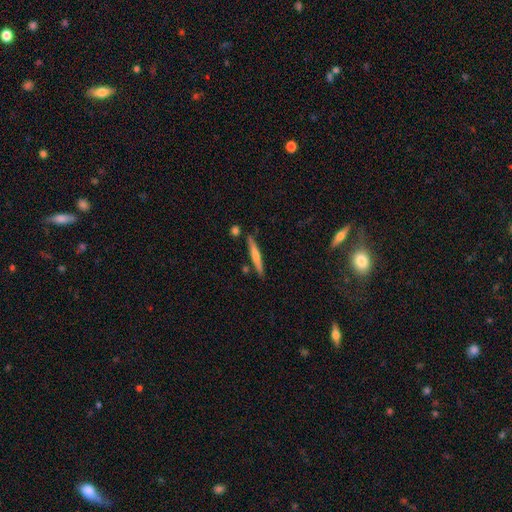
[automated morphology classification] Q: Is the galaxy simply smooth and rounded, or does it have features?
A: smooth — 54%.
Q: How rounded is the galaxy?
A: cigar-shaped — 95%.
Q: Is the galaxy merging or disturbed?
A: none — 84%.